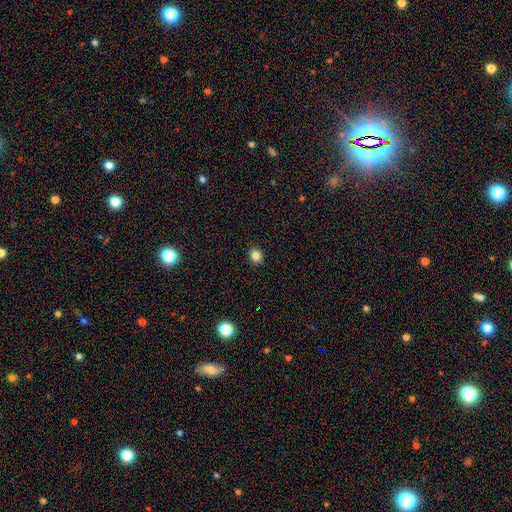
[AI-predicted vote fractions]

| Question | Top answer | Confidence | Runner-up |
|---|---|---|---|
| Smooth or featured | smooth | 83% | star or artifact (12%) |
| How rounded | round | 63% | in between (36%) |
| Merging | none | 90% | minor disturbance (7%) |